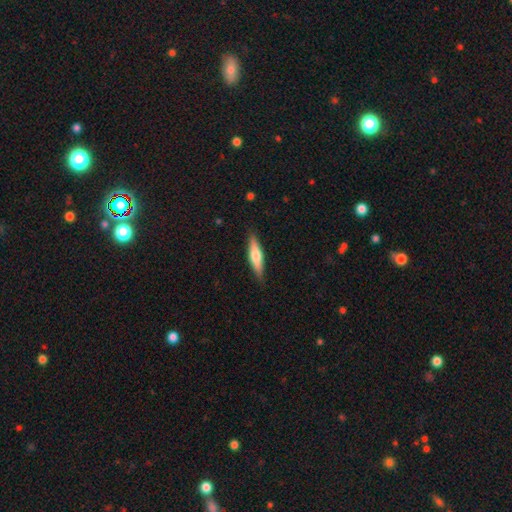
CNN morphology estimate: smooth-or-featured: smooth: 51% | featured or disk: 44% | star or artifact: 5%
  how-rounded: cigar-shaped: 76% | in between: 22% | round: 2%
  merging: none: 88% | minor disturbance: 9% | major disturbance: 2% | merger: 1%